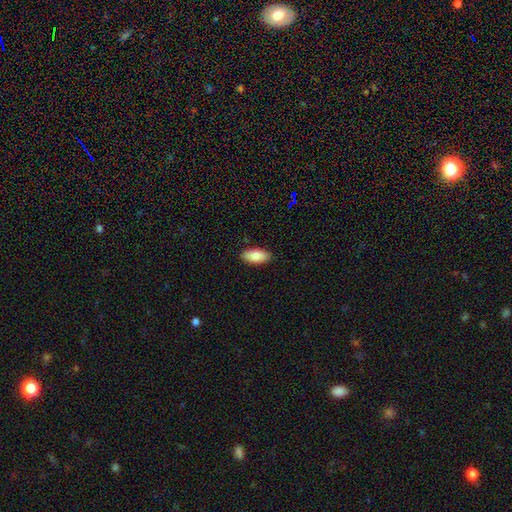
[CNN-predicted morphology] This appears to be a smooth galaxy with no disk features (83%) that is in between round and cigar-shaped (90%). Merging: none (89%).